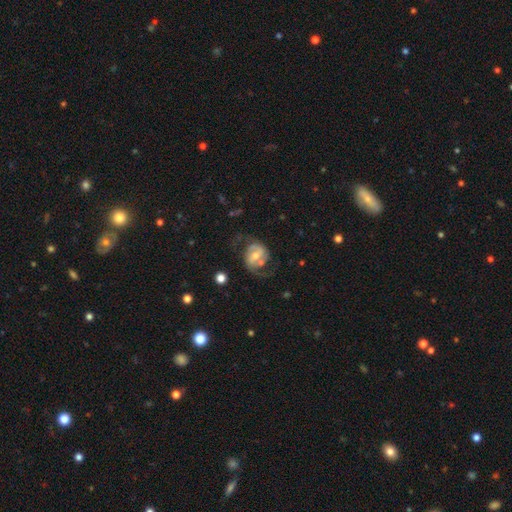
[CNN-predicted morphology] The model was most divided on "bar": weak: 45%, no: 36%, strong: 19%. Remaining: edge-on disk — no (97%); spiral arms — yes (90%); spiral arm count — 2 (85%); smooth or featured — featured or disk (76%); bulge size — moderate (60%); merging — none (56%); spiral winding — medium (46%).